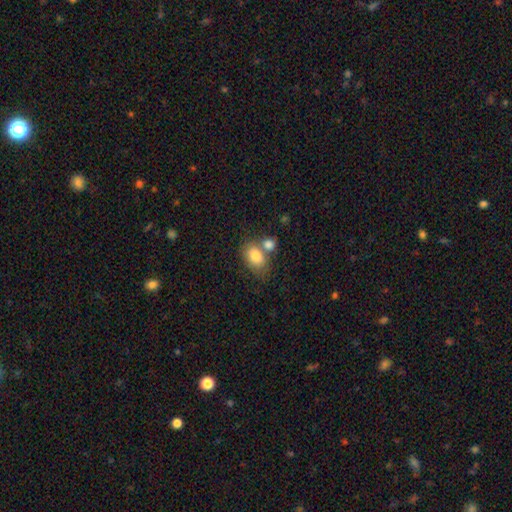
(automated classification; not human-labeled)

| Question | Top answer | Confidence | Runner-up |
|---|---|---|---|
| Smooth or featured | smooth | 83% | featured or disk (10%) |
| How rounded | in between | 79% | round (19%) |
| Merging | none | 43% | merger (39%) |